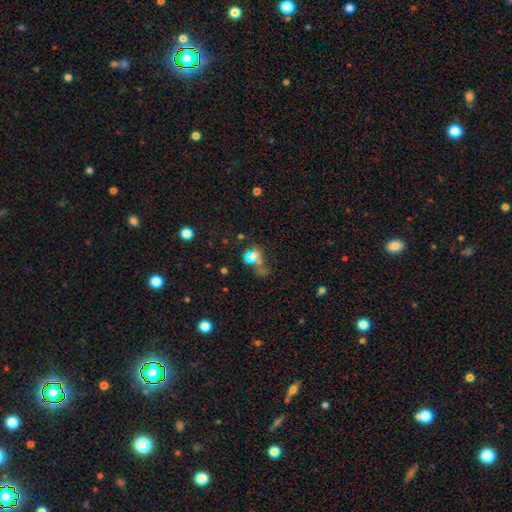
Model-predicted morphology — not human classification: smooth 47%, star or artifact 34%, featured or disk 20%. Down the decision tree: merging — merger (37%).